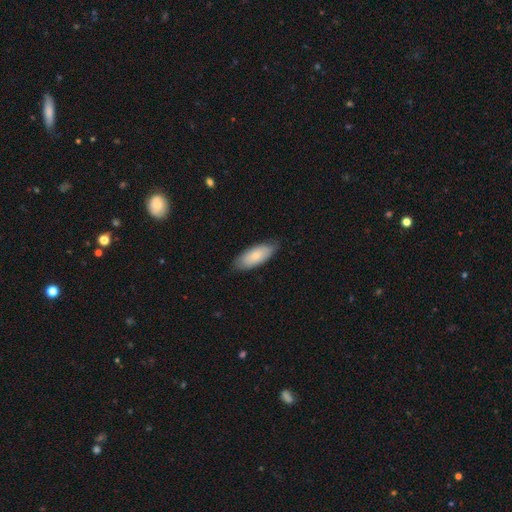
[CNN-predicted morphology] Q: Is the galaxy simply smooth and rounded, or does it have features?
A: smooth — 75%.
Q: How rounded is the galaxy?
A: in between — 85%.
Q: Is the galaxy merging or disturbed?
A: none — 78%.